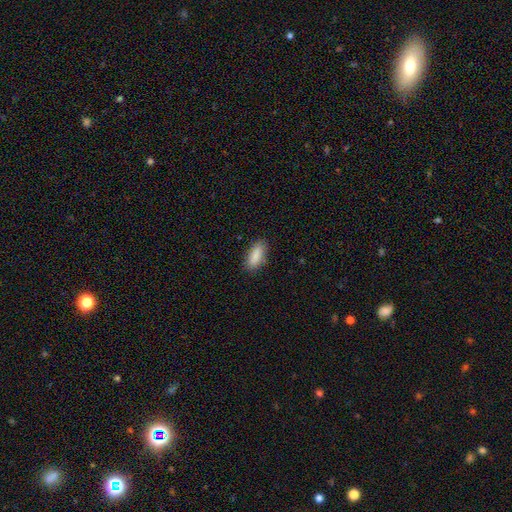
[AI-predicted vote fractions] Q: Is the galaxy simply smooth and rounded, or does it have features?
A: smooth — 88%.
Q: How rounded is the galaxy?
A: in between — 75%.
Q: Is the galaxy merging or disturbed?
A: none — 84%.